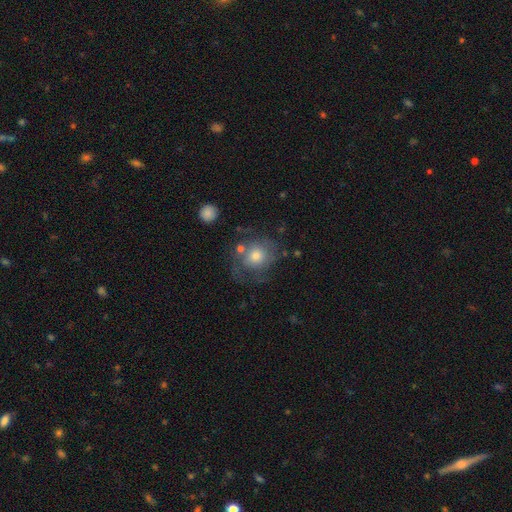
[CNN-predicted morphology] Smooth or featured? Predicted: smooth (p=0.51). How rounded? Predicted: round (p=0.78). Merging? Predicted: none (p=0.53).